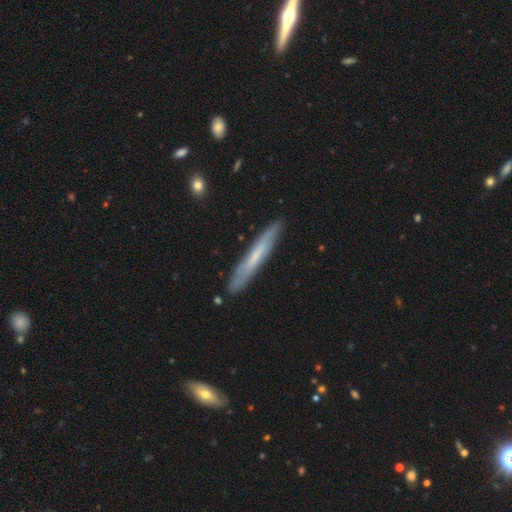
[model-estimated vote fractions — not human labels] Morphology: type=featured or disk (49%); merging=none (85%).